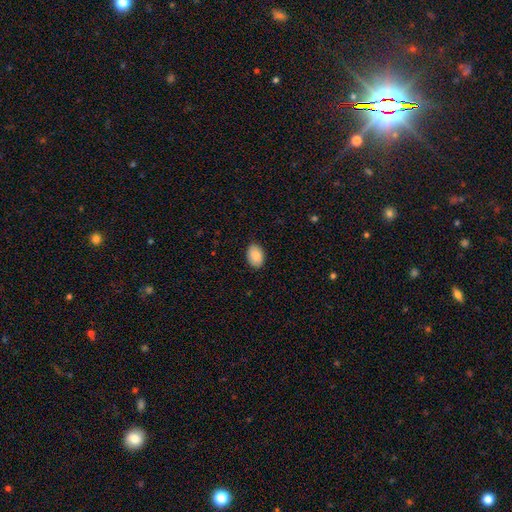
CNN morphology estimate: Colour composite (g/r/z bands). It shows a smooth galaxy with no disk features (88%) that is in between round and cigar-shaped (86%). Merging: none (88%).